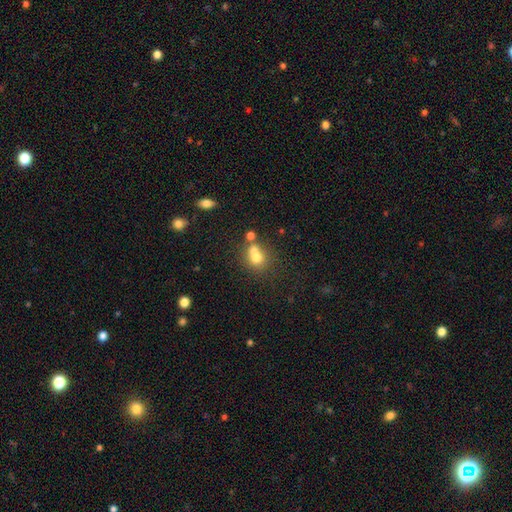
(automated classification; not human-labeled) Smooth or featured? smooth (68%)
How rounded? round (72%)
Merging? merger (53%)